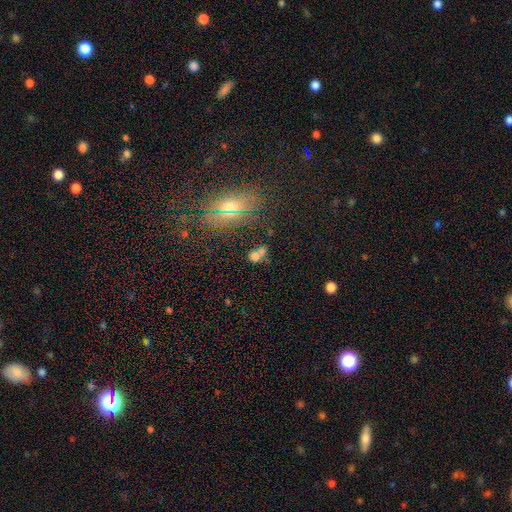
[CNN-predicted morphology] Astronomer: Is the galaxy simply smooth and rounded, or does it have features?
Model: smooth — 61%.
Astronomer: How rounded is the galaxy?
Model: round — 56% (runner-up: in between, 40%).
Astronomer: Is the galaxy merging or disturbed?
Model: merger — 49% (runner-up: none, 34%).